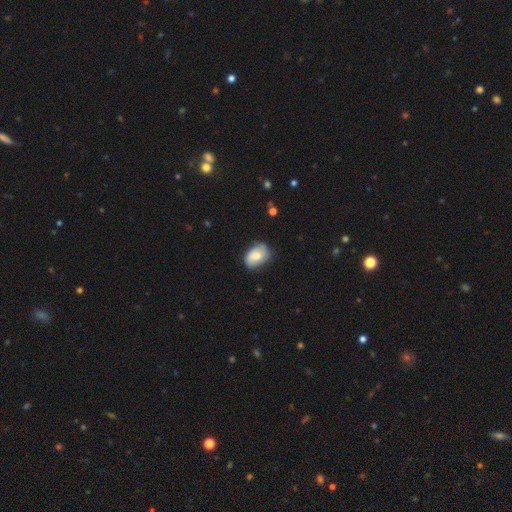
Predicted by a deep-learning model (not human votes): Morphology: type=smooth (64%); roundness=in between (80%); merging=none (68%).